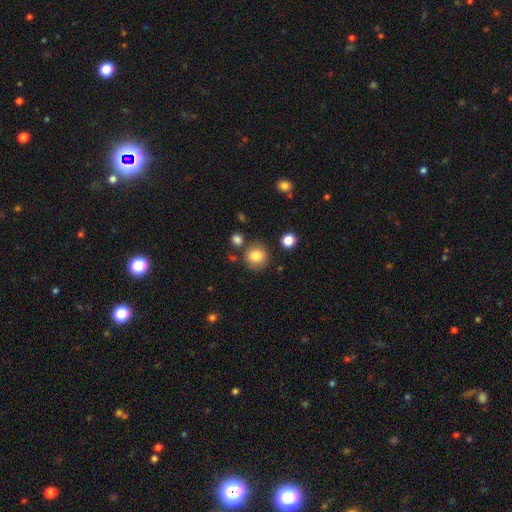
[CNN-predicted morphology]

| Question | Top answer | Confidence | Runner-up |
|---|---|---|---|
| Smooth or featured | smooth | 84% | star or artifact (10%) |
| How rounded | round | 85% | in between (14%) |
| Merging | none | 78% | minor disturbance (12%) |